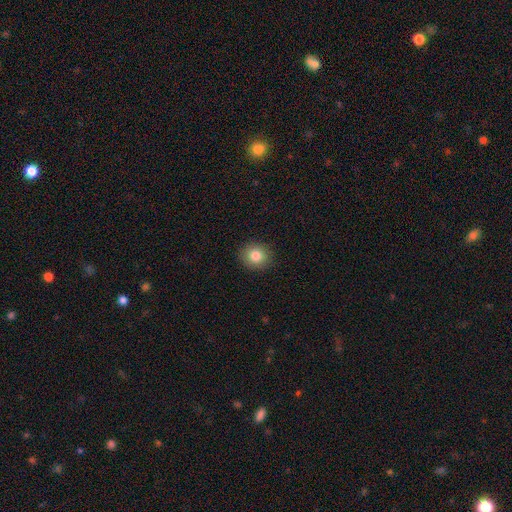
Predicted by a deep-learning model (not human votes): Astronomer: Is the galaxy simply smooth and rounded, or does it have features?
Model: smooth — 83%.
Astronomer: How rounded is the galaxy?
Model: round — 77%.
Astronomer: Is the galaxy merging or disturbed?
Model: none — 90%.